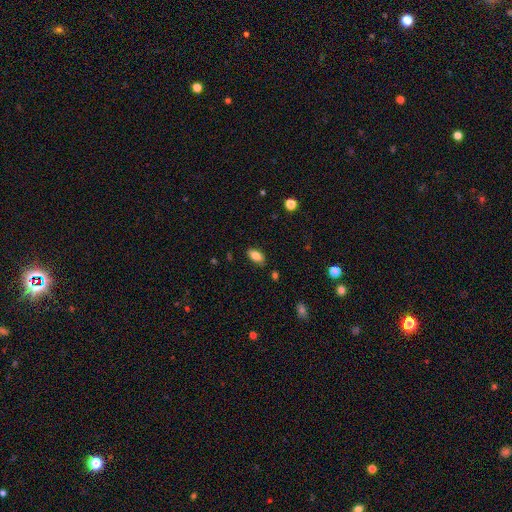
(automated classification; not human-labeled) The model was most divided on "merging": none: 82%, minor disturbance: 13%, major disturbance: 3%, merger: 2%. More confident: how rounded — in between (91%); smooth or featured — smooth (81%).